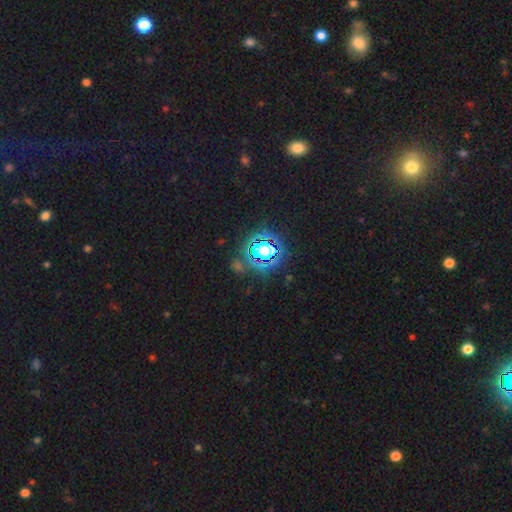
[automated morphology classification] This is likely a star or artifact rather than a galaxy (70%).